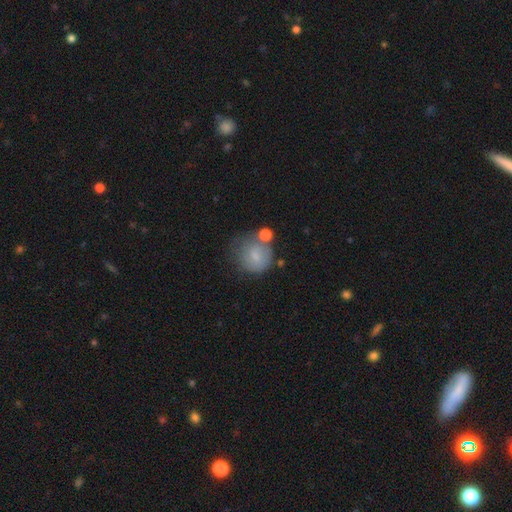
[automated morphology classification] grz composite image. It shows a smooth galaxy with no disk features (71%) that is round (81%). Merging: none (46%).